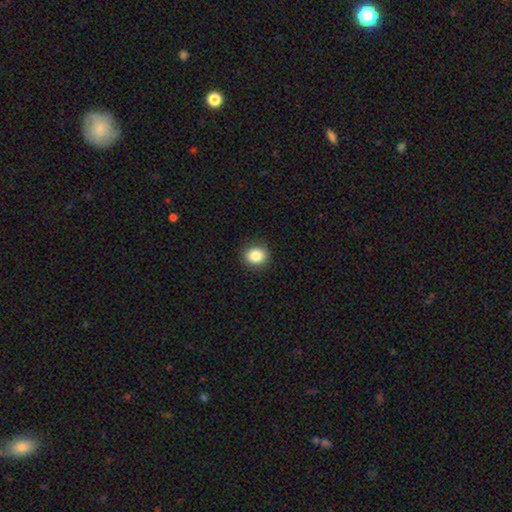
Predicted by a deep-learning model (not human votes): Morphology: type=smooth (86%); roundness=round (75%); merging=none (91%).